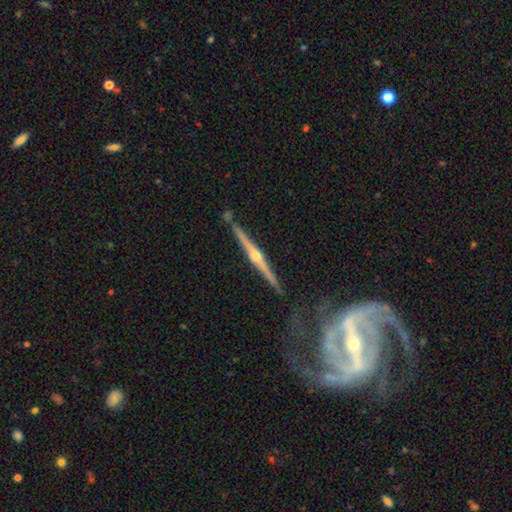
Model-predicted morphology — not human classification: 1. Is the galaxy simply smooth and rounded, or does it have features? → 89% featured or disk, 6% smooth, 5% star or artifact.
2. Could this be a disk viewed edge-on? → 91% yes, 9% no.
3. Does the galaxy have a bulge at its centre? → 90% rounded, 6% none, 4% boxy.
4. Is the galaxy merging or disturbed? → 68% none, 18% minor disturbance, 7% major disturbance, 6% merger.